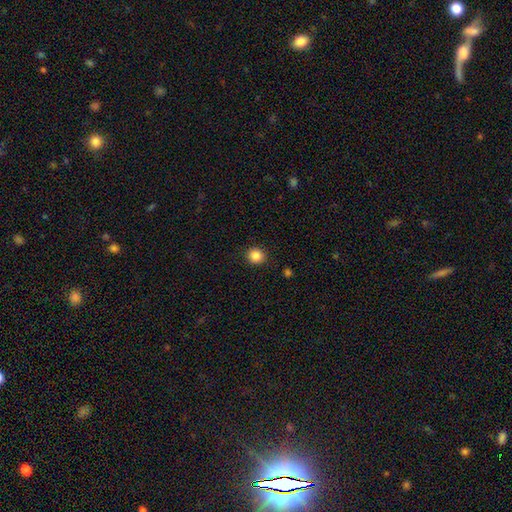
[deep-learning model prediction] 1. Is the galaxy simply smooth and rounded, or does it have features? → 86% smooth, 11% star or artifact, 3% featured or disk.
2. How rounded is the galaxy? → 87% round, 12% in between, 1% cigar-shaped.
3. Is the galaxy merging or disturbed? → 91% none, 6% minor disturbance, 2% major disturbance, 1% merger.